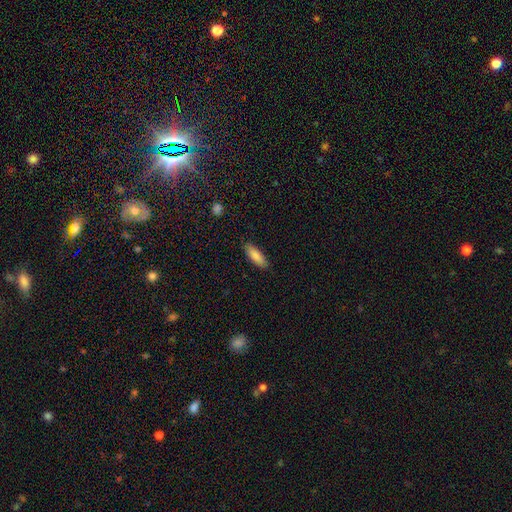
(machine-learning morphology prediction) The model was most divided on "how rounded": in between: 57%, cigar-shaped: 42%, round: 2%. More confident: merging — none (87%); smooth or featured — smooth (86%).